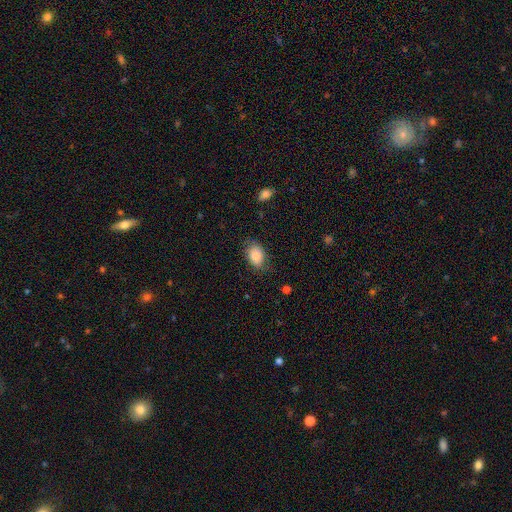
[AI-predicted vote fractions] Smooth or featured? Predicted: smooth (p=0.85). How rounded? Predicted: in between (p=0.86). Merging? Predicted: none (p=0.69).